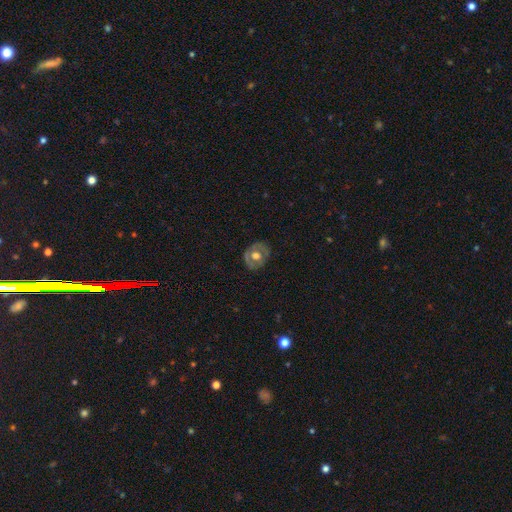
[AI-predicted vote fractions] Q: Smooth or featured?
A: featured or disk (55%); runner-up: smooth (38%)
Q: Edge-on disk?
A: no (94%); runner-up: yes (6%)
Q: Bar?
A: no (75%); runner-up: weak (20%)
Q: Spiral arms?
A: no (73%); runner-up: yes (27%)
Q: Bulge size?
A: moderate (61%); runner-up: large (32%)
Q: Merging?
A: none (77%); runner-up: minor disturbance (17%)